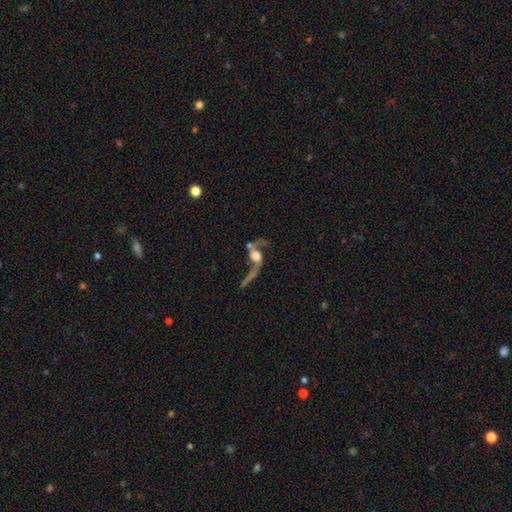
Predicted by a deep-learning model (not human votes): Smooth or featured: featured or disk — 75% (smooth — 15%)
Edge-on disk: no — 90% (yes — 10%)
Bar: no — 61% (weak — 27%)
Spiral arms: yes — 84% (no — 16%)
Spiral winding: loose — 90% (medium — 8%)
Spiral arm count: 2 — 85% (1 — 8%)
Bulge size: large — 40% (moderate — 32%)
Merging: none — 36% (major disturbance — 26%)